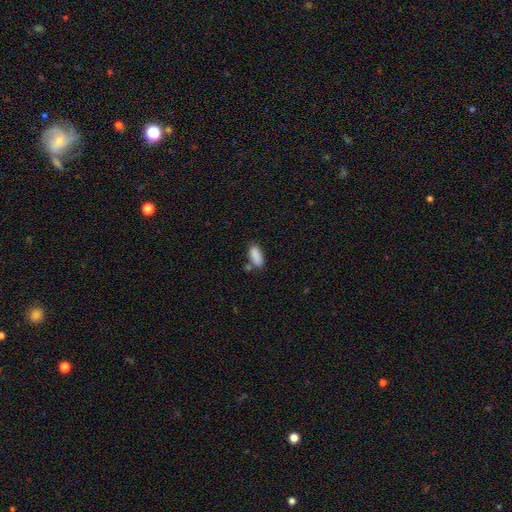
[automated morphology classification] smooth-or-featured: smooth: 87% | star or artifact: 8% | featured or disk: 5%
  how-rounded: in between: 83% | cigar-shaped: 15% | round: 2%
  merging: none: 63% | minor disturbance: 17% | merger: 15% | major disturbance: 5%